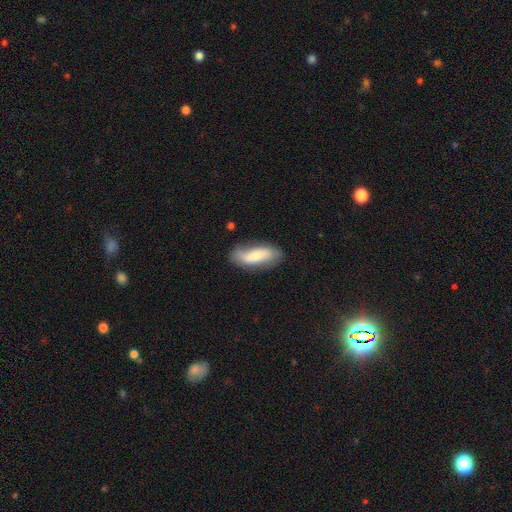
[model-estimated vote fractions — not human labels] Smooth or featured: smooth — 60% (featured or disk — 33%)
How rounded: in between — 75% (cigar-shaped — 22%)
Merging: none — 70% (minor disturbance — 21%)